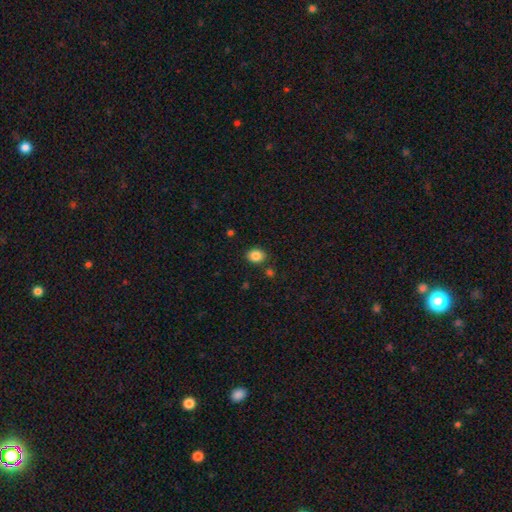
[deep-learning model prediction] smooth-or-featured: smooth: 85% | star or artifact: 10% | featured or disk: 5%
  how-rounded: in between: 51% | round: 48% | cigar-shaped: 1%
  merging: none: 84% | minor disturbance: 10% | merger: 4% | major disturbance: 3%